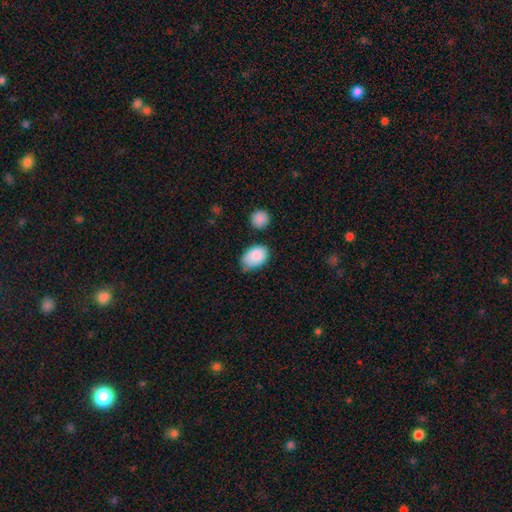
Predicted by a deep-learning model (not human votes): This appears to be a smooth galaxy with no disk features (86%) that is in between round and cigar-shaped (88%). Merging: none (63%).